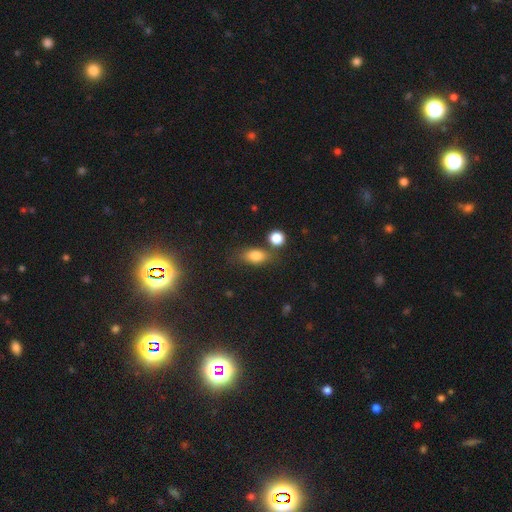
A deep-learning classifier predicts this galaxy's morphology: smooth_or_featured: smooth (p=0.80) [alt: star or artifact p=0.10]
how_rounded: in between (p=0.79) [alt: round p=0.12]
merging: none (p=0.66) [alt: minor disturbance p=0.17]